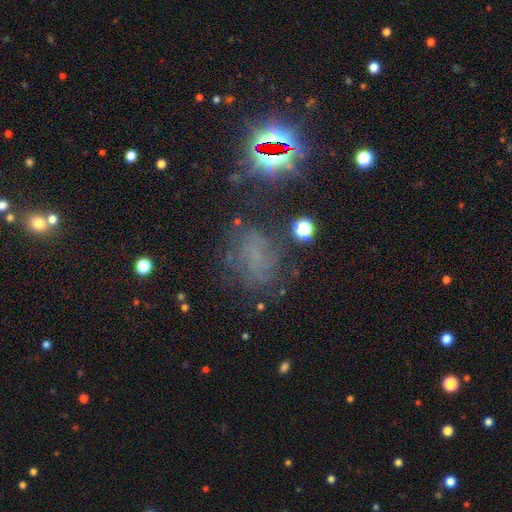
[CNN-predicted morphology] smooth_or_featured: star or artifact (p=0.41) [alt: featured or disk p=0.29]